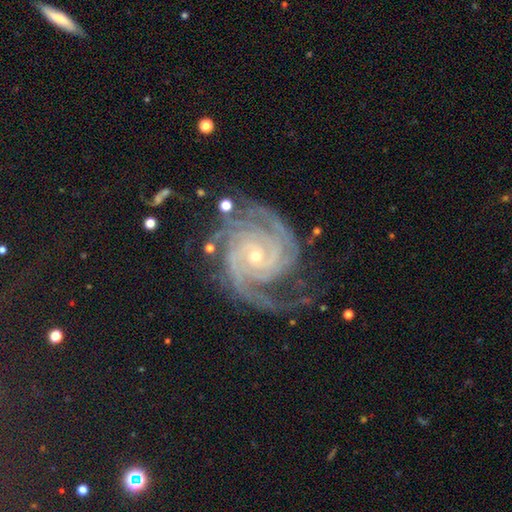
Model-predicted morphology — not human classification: smooth-or-featured: featured or disk: 93% | star or artifact: 5% | smooth: 2%
  disk-edge-on: no: 98% | yes: 2%
    bar: no: 66% | weak: 24% | strong: 10%
    has-spiral-arms: yes: 99% | no: 1%
      spiral-winding: tight: 74% | medium: 23% | loose: 3%
      spiral-arm-count: 3: 27% | 4: 23% | 2: 19% | can't tell: 13% | more than 4: 11% | 1: 7%
    bulge-size: small: 73% | moderate: 25% | large: 1% | none: 1% | dominant: 1%
  merging: none: 68% | minor disturbance: 19% | major disturbance: 11% | merger: 2%